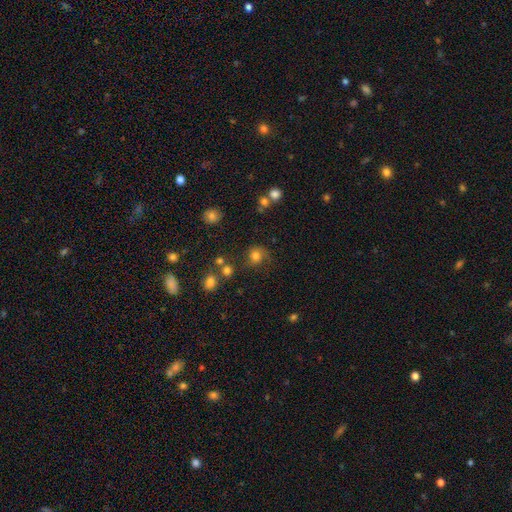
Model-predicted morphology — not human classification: smooth_or_featured: smooth (p=0.75) [alt: star or artifact p=0.15]
how_rounded: round (p=0.85) [alt: in between p=0.14]
merging: none (p=0.65) [alt: minor disturbance p=0.19]